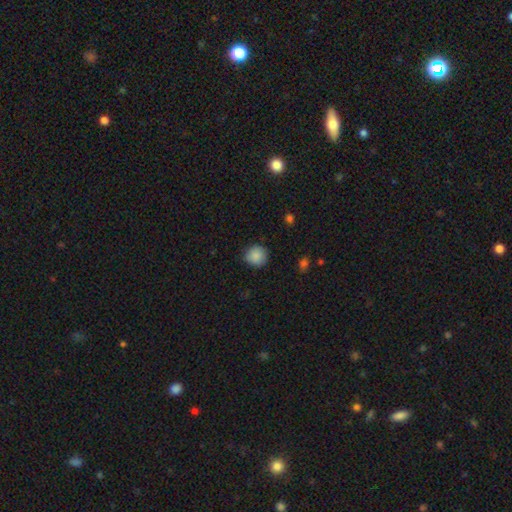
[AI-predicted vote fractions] A smooth galaxy with no disk features (87%) that is round (91%).

Vote fractions:
- Smooth or featured? smooth: 87% / star or artifact: 8% / featured or disk: 4%
- How rounded? round: 91% / in between: 8% / cigar-shaped: 1%
- Merging? none: 85% / minor disturbance: 12% / major disturbance: 2% / merger: 1%